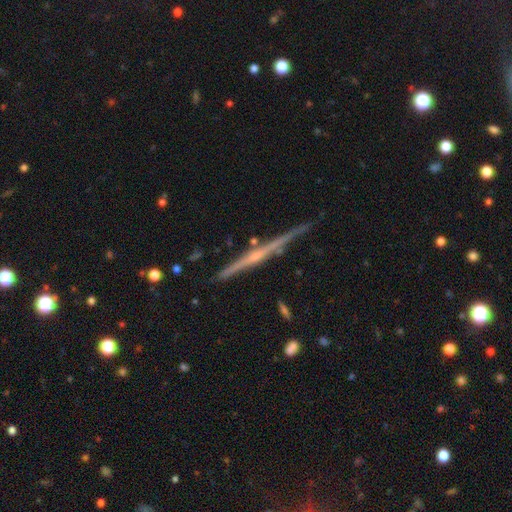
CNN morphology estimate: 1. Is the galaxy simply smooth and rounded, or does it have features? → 77% featured or disk, 15% smooth, 8% star or artifact.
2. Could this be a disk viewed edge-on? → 97% yes, 3% no.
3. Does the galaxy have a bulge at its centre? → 53% rounded, 40% none, 7% boxy.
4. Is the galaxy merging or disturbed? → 84% none, 11% minor disturbance, 2% merger, 2% major disturbance.